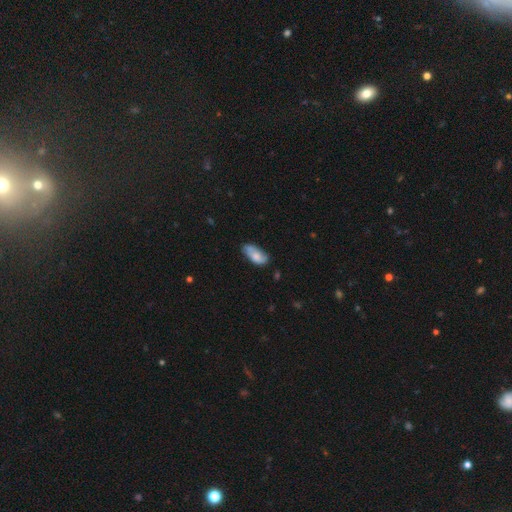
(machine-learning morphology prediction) smooth_or_featured: smooth (p=0.69) [alt: featured or disk p=0.25]
how_rounded: in between (p=0.88) [alt: cigar-shaped p=0.09]
merging: none (p=0.61) [alt: minor disturbance p=0.29]